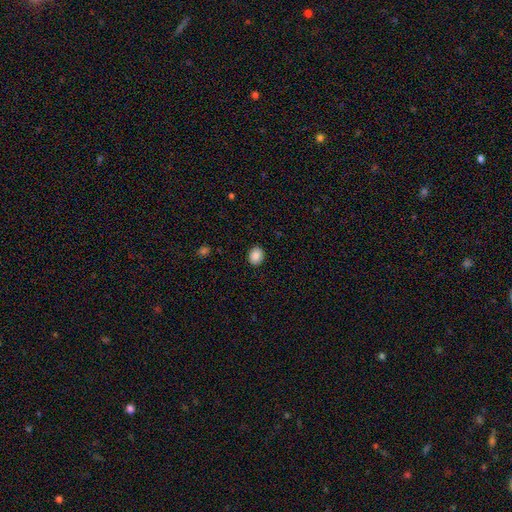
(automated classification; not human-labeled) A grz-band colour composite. It shows a smooth galaxy with no disk features (88%) that is round (59%). Merging: none (91%).